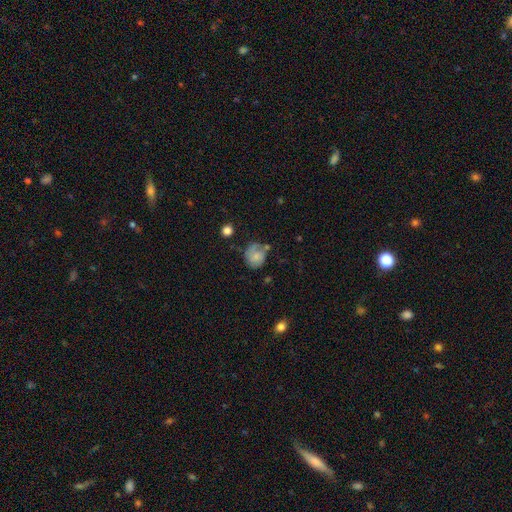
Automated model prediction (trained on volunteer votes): Smooth or featured: smooth — 61% (featured or disk — 29%)
How rounded: round — 67% (in between — 32%)
Merging: none — 46% (minor disturbance — 29%)